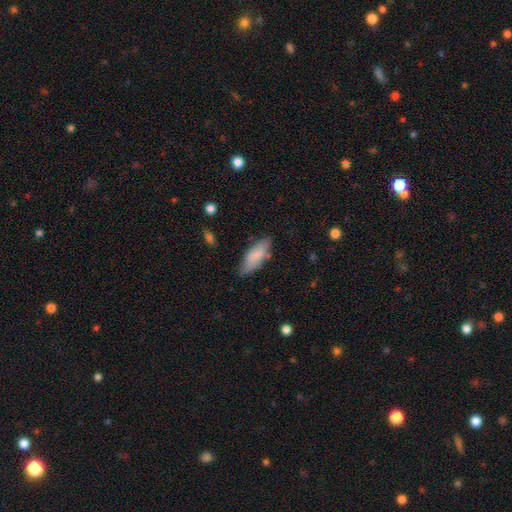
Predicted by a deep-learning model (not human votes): smooth 82%, featured or disk 13%, star or artifact 6%. Down the decision tree: how rounded — in between (68%); merging — none (78%).